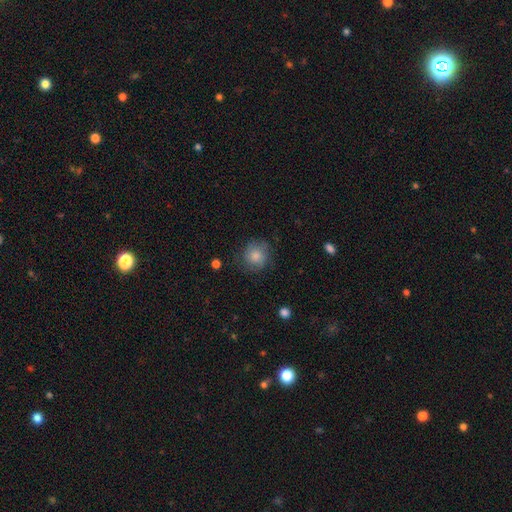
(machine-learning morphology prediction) Smooth or featured?
  - smooth: 75% *
  - featured or disk: 16%
  - star or artifact: 8%
How rounded?
  - round: 87% *
  - in between: 12%
  - cigar-shaped: 1%
Merging?
  - none: 73% *
  - minor disturbance: 19%
  - major disturbance: 7%
  - merger: 1%